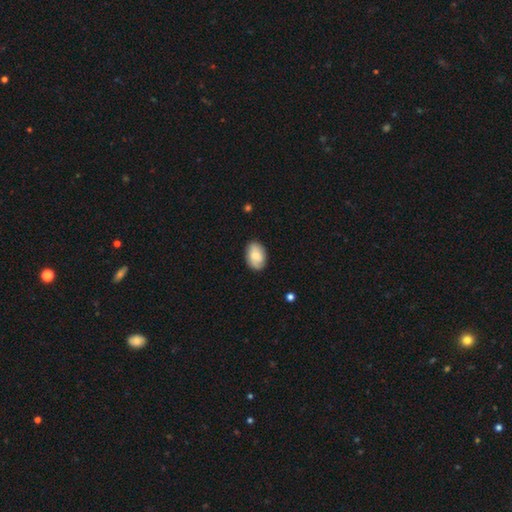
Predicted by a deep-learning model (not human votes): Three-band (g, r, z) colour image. It shows a smooth galaxy with no disk features (70%) that is in between round and cigar-shaped (87%). Merging: none (80%).